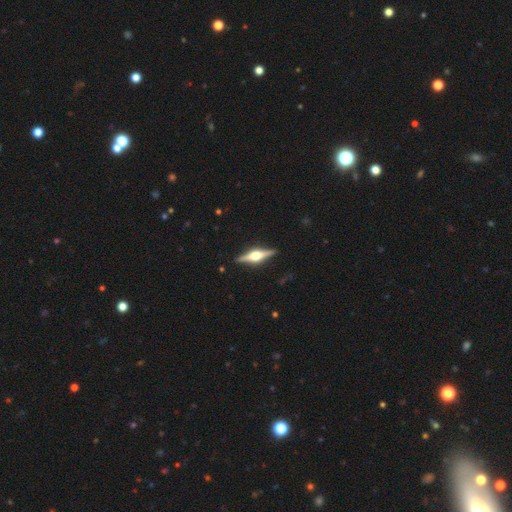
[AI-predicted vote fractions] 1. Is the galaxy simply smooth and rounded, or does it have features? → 81% featured or disk, 14% smooth, 5% star or artifact.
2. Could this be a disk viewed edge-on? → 98% yes, 2% no.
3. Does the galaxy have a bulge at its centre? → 94% rounded, 5% boxy, 1% none.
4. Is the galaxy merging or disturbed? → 90% none, 7% minor disturbance, 2% major disturbance, 1% merger.